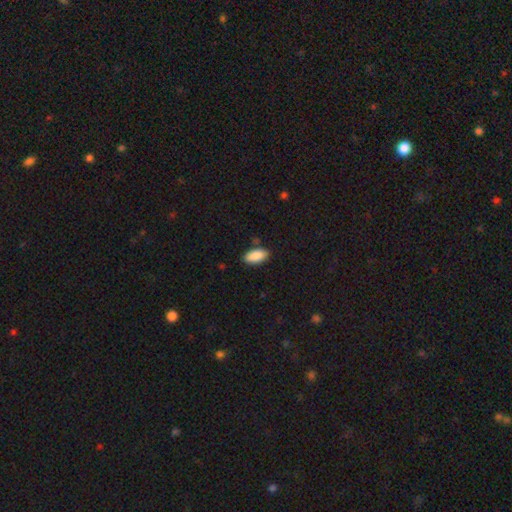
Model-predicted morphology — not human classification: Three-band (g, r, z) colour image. It shows a smooth galaxy with no disk features (90%) that is in between round and cigar-shaped (92%). Merging: none (85%).